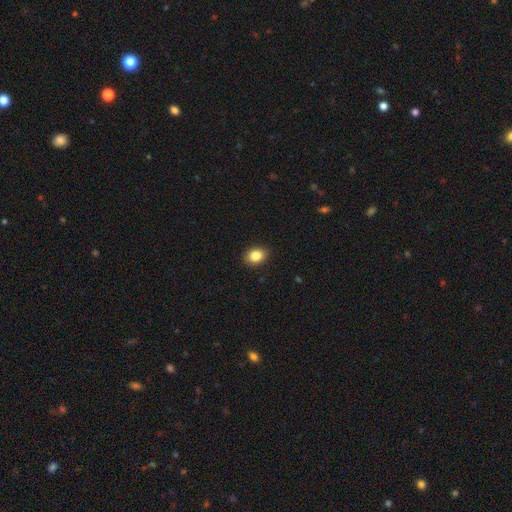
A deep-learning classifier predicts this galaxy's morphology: smooth 86%, star or artifact 9%, featured or disk 5%. Down the decision tree: how rounded — in between (61%); merging — none (91%).